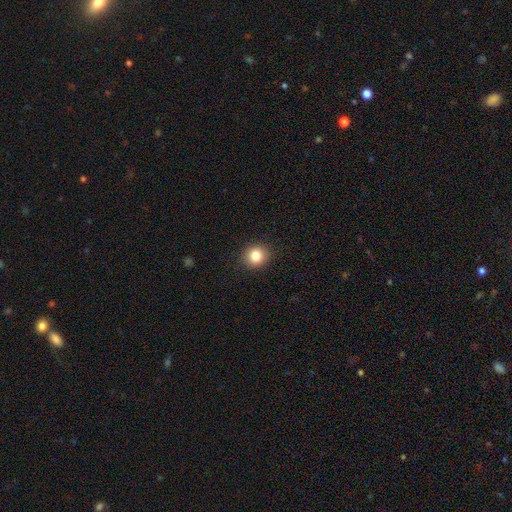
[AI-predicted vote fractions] A smooth galaxy with no disk features (84%) that is round (78%). Merging: none (90%).